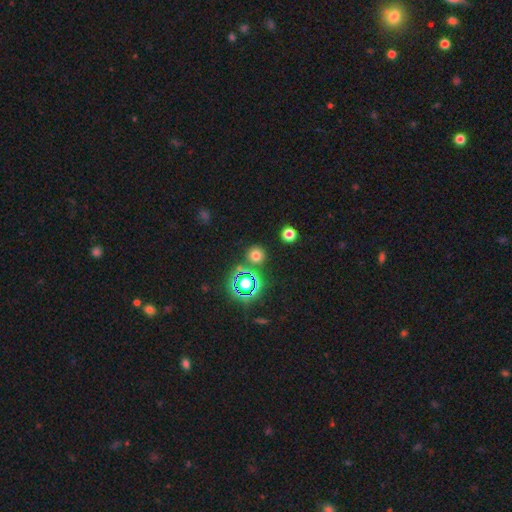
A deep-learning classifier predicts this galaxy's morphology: Smooth or featured? smooth (67%)
How rounded? round (92%)
Merging? none (83%)